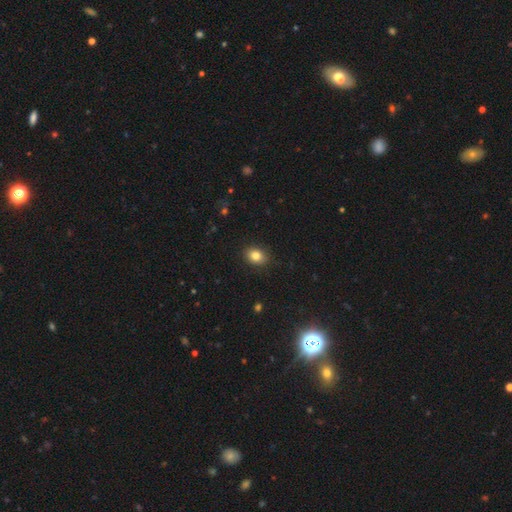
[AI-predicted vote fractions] Smooth or featured?
  - smooth: 82% *
  - star or artifact: 10%
  - featured or disk: 7%
How rounded?
  - in between: 56% *
  - round: 43%
  - cigar-shaped: 1%
Merging?
  - none: 88% *
  - minor disturbance: 9%
  - major disturbance: 2%
  - merger: 1%